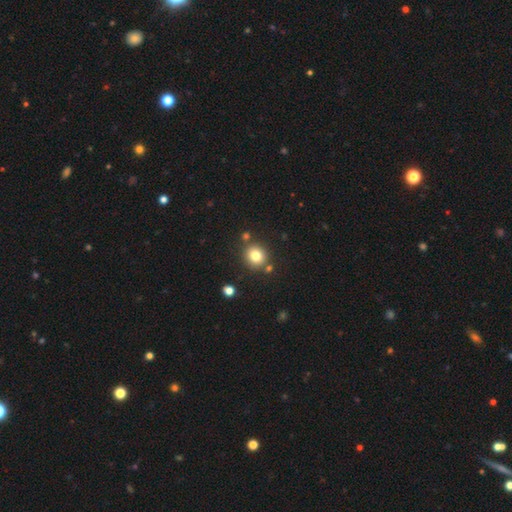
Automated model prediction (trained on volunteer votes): Overall: smooth (79%). How rounded: round (83%). Merging: none (81%).